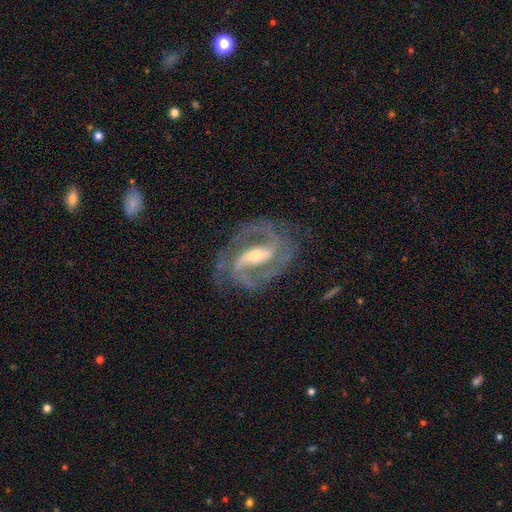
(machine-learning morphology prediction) Smooth or featured: featured or disk — 92% (star or artifact — 5%)
Edge-on disk: no — 97% (yes — 3%)
Bar: strong — 56% (weak — 34%)
Spiral arms: yes — 98% (no — 2%)
Spiral winding: medium — 53% (tight — 37%)
Spiral arm count: 2 — 81% (3 — 9%)
Bulge size: moderate — 53% (small — 41%)
Merging: none — 77% (minor disturbance — 15%)